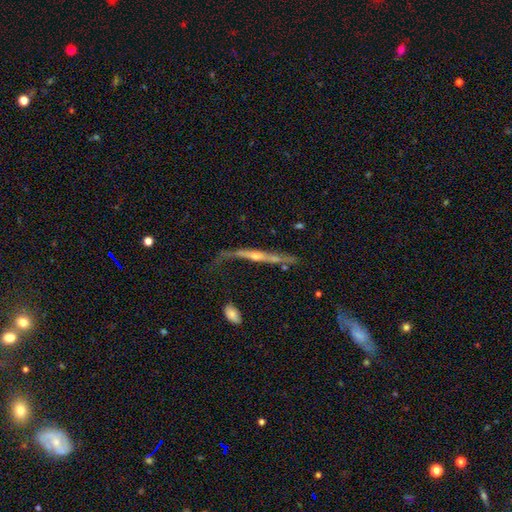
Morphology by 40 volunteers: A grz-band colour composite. It shows a featured or disk galaxy (68%) viewed edge-on (100%) with a rounded central bulge (93%). Merging: none (64%).